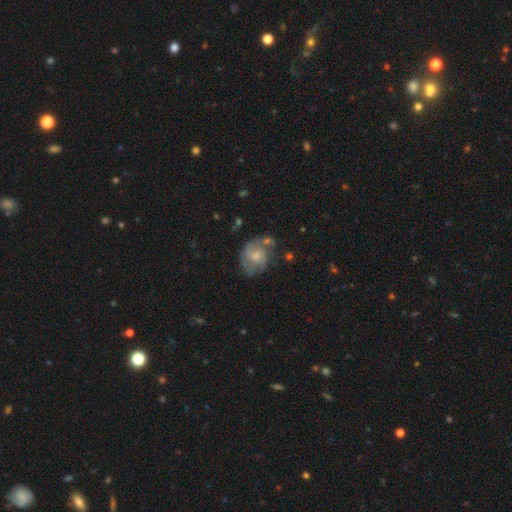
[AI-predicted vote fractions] A featured or disk galaxy (52%) with no bar (69%), spiral arms (68%) and a moderate central bulge (46%).

Vote fractions:
- Smooth or featured? featured or disk: 52% / smooth: 40% / star or artifact: 7%
- Edge-on disk? no: 97% / yes: 3%
- Bar? no: 69% / weak: 28% / strong: 4%
- Spiral arms? yes: 68% / no: 32%
- Bulge size? moderate: 46% / small: 32% / none: 12% / large: 9% / dominant: 2%
- Merging? none: 45% / minor disturbance: 27% / major disturbance: 18% / merger: 11%